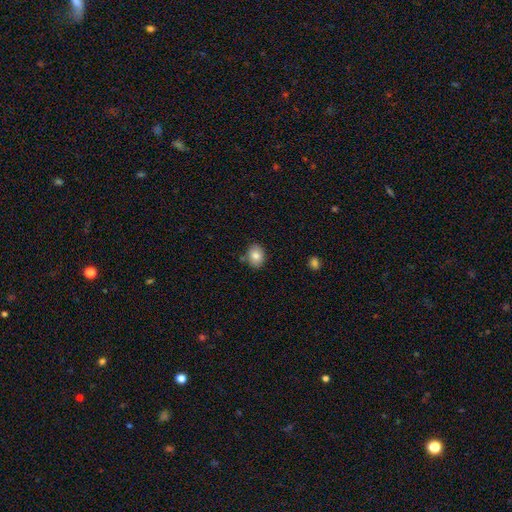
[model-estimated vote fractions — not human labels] Q: Smooth or featured?
A: smooth (83%); runner-up: star or artifact (9%)
Q: How rounded?
A: in between (53%); runner-up: round (46%)
Q: Merging?
A: none (80%); runner-up: minor disturbance (13%)